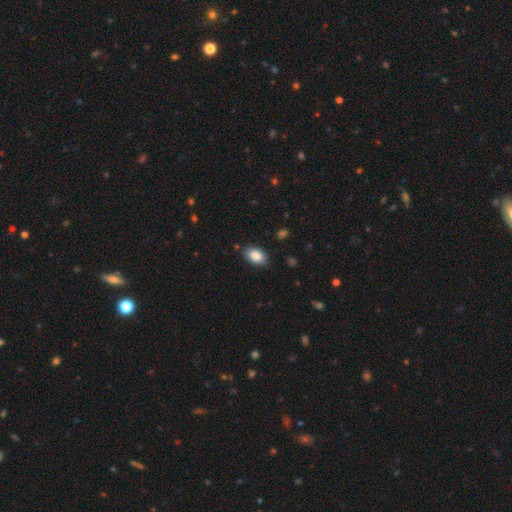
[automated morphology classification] smooth_or_featured: smooth (p=0.86) [alt: star or artifact p=0.08]
how_rounded: in between (p=0.88) [alt: round p=0.10]
merging: none (p=0.84) [alt: minor disturbance p=0.12]